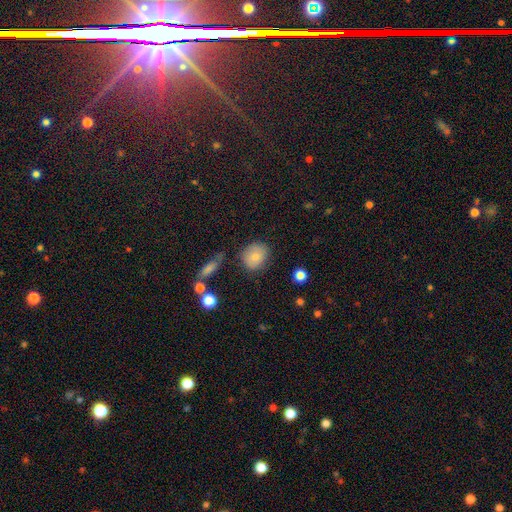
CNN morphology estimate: Smooth or featured?
  - smooth: 81% *
  - featured or disk: 10%
  - star or artifact: 9%
How rounded?
  - round: 66% *
  - in between: 33%
  - cigar-shaped: 1%
Merging?
  - none: 75% *
  - minor disturbance: 16%
  - major disturbance: 5%
  - merger: 4%